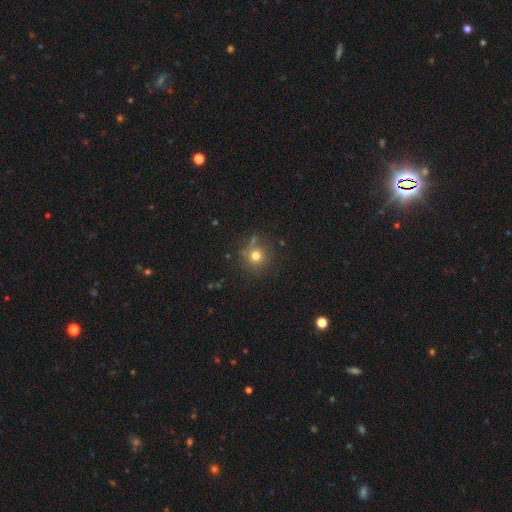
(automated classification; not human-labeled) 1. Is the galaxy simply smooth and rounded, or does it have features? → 74% smooth, 16% star or artifact, 10% featured or disk.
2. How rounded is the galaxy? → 92% round, 7% in between, 1% cigar-shaped.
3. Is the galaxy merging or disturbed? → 77% none, 13% minor disturbance, 6% merger, 5% major disturbance.